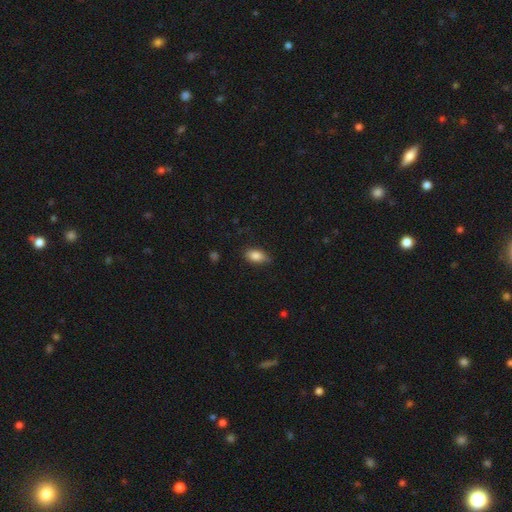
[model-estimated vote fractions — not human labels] Smooth or featured?
  - smooth: 84% *
  - featured or disk: 8%
  - star or artifact: 8%
How rounded?
  - in between: 89% *
  - round: 6%
  - cigar-shaped: 5%
Merging?
  - none: 77% *
  - minor disturbance: 19%
  - major disturbance: 3%
  - merger: 1%